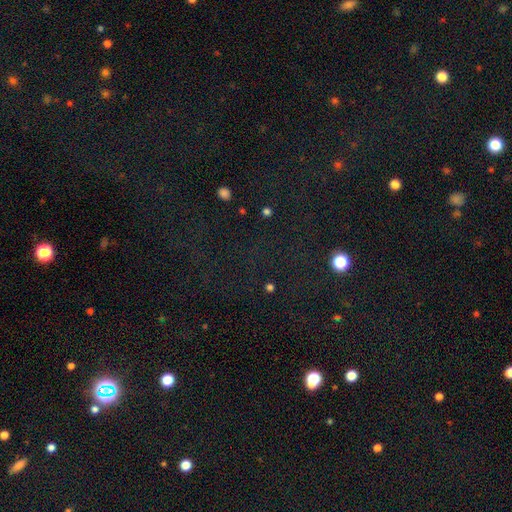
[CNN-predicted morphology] A star or artifact, not a galaxy (73%).

Vote fractions:
- Smooth or featured? star or artifact: 73% / smooth: 18% / featured or disk: 9%